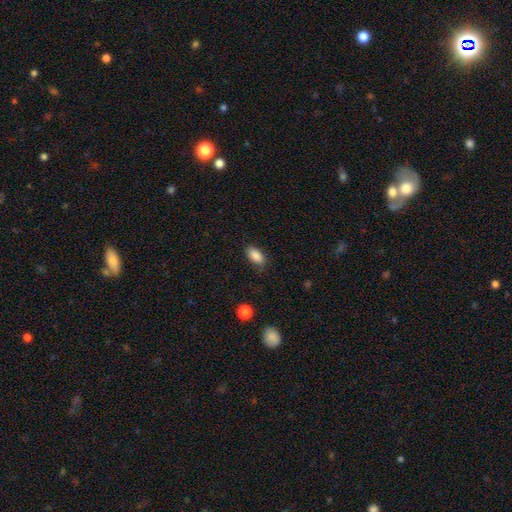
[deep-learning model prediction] Smooth or featured?
  - smooth: 88% *
  - star or artifact: 8%
  - featured or disk: 5%
How rounded?
  - in between: 90% *
  - cigar-shaped: 7%
  - round: 4%
Merging?
  - none: 82% *
  - minor disturbance: 13%
  - major disturbance: 3%
  - merger: 1%